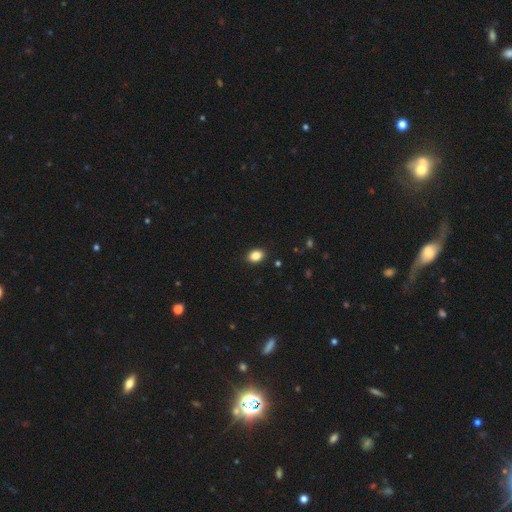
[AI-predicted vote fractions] Overall: smooth (85%). How rounded: in between (68%; round 31%). Merging: none (90%).